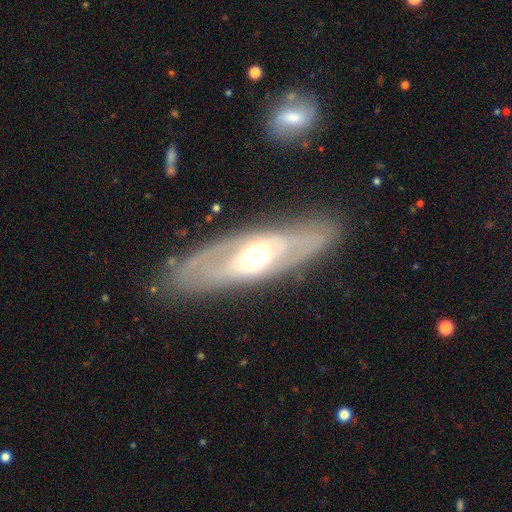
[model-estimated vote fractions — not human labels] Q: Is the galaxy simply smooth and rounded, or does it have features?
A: featured or disk — 73%.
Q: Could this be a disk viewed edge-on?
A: no — 71%.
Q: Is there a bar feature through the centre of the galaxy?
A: no — 52%.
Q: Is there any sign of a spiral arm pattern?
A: no — 52%.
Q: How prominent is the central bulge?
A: moderate — 62%.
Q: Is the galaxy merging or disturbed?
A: none — 84%.